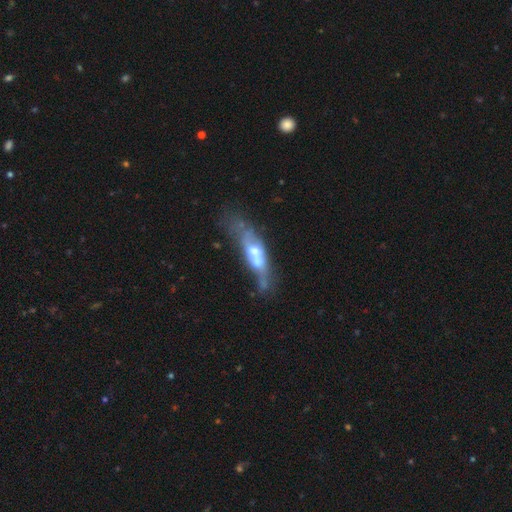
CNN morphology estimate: smooth_or_featured: featured or disk (p=0.59) [alt: smooth p=0.33]
disk_edge_on: no (p=0.65) [alt: yes p=0.35]
merging: merger (p=0.35) [alt: none p=0.27]